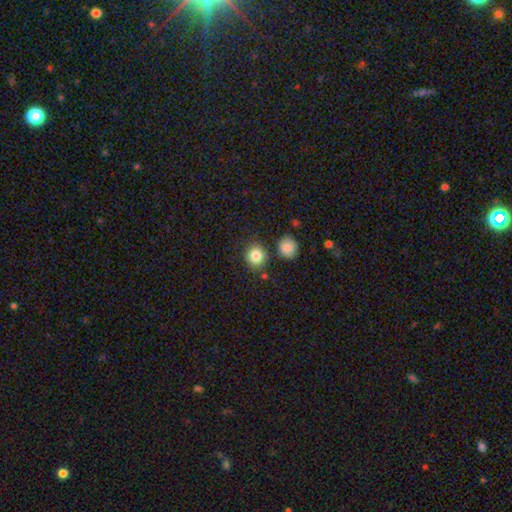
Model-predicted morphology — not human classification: A smooth galaxy with no disk features (84%) that is round (84%).

Vote fractions:
- Smooth or featured? smooth: 84% / star or artifact: 10% / featured or disk: 6%
- How rounded? round: 84% / in between: 15% / cigar-shaped: 1%
- Merging? none: 81% / minor disturbance: 9% / merger: 7% / major disturbance: 3%